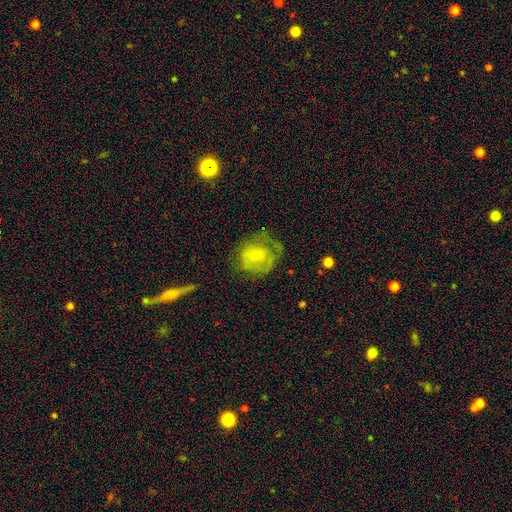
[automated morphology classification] A smooth galaxy with no disk features (50%) that is round (68%). Merging: none (47%).